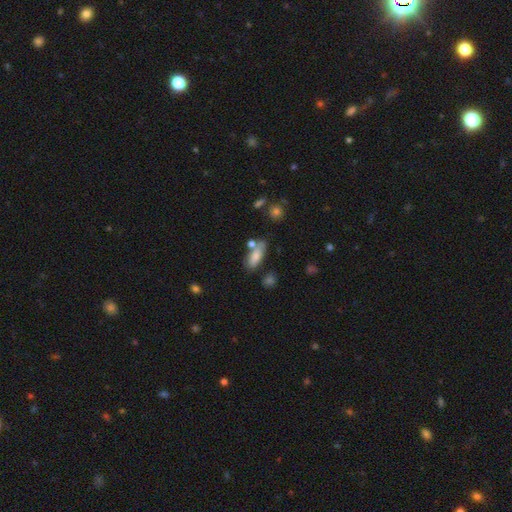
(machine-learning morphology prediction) The model was most divided on "merging": none: 60%, minor disturbance: 18%, merger: 17%, major disturbance: 6%. More confident: smooth or featured — smooth (79%); how rounded — in between (74%).